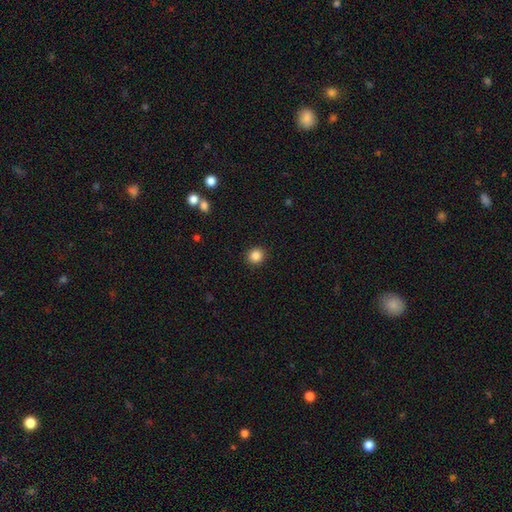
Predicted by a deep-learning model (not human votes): This appears to be a smooth galaxy with no disk features (86%) that is round (89%). Merging: none (92%).